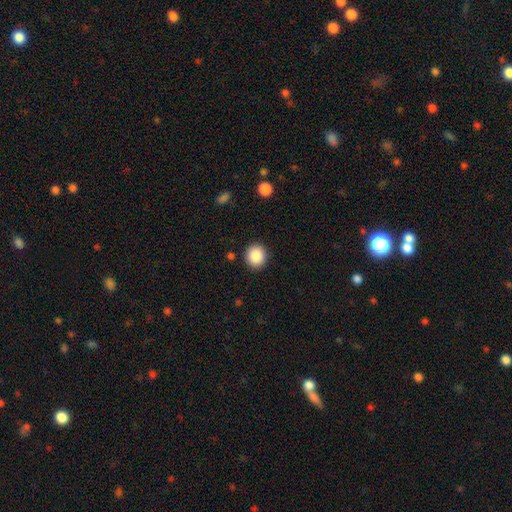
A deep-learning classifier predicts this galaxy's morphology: Smooth or featured? Predicted: smooth (p=0.88). How rounded? Predicted: round (p=0.84). Merging? Predicted: none (p=0.89).